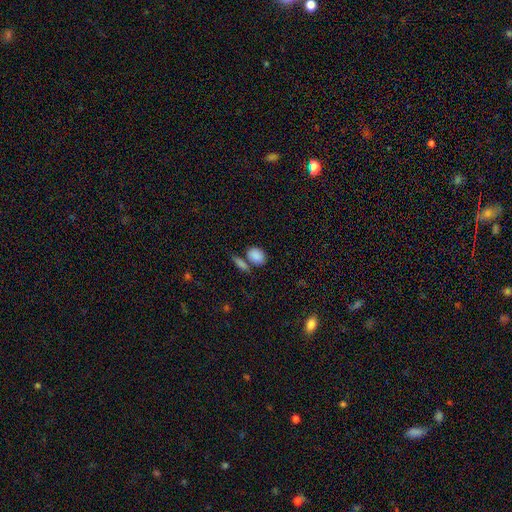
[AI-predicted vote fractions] This is clearly a smooth galaxy (87%). How rounded: likely in between (75%). Merging: possibly none (59%).